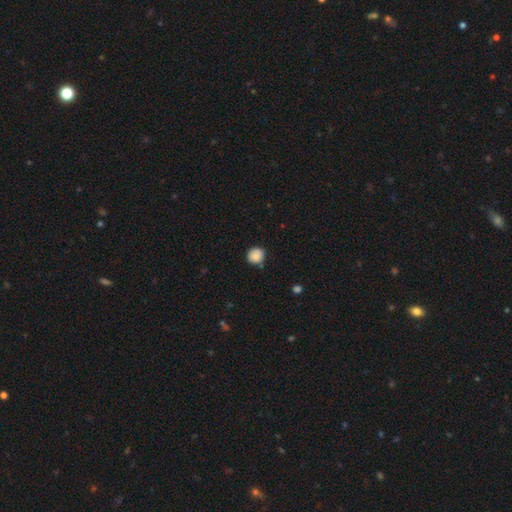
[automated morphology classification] This is clearly a smooth galaxy (86%). How rounded: clearly round (87%). Merging: likely none (77%).